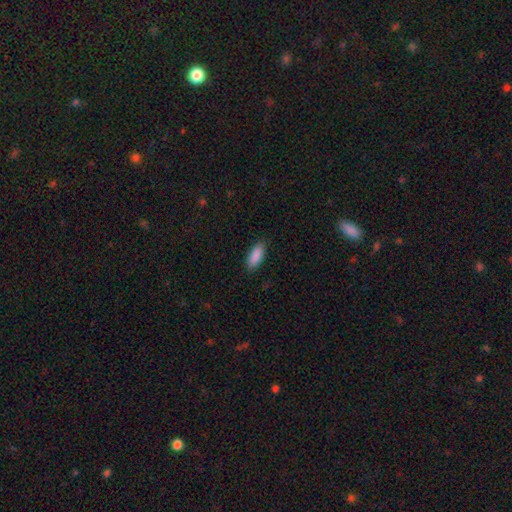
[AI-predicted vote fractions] Overall: smooth (90%). How rounded: in between (81%). Merging: none (88%).